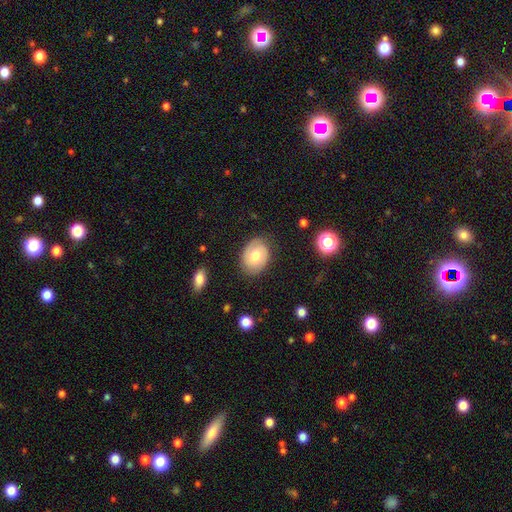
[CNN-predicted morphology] Q: Smooth or featured?
A: smooth (53%); runner-up: featured or disk (39%)
Q: How rounded?
A: in between (64%); runner-up: round (35%)
Q: Merging?
A: none (80%); runner-up: minor disturbance (14%)